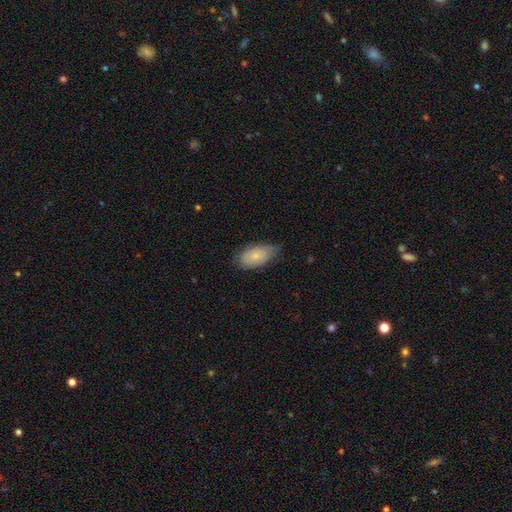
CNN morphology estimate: Overall: smooth (78%). How rounded: in between (93%). Merging: none (68%).